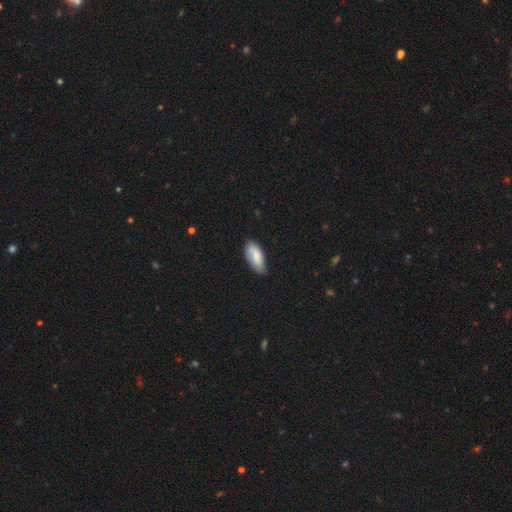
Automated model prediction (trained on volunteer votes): Smooth or featured? Predicted: smooth (p=0.80). How rounded? Predicted: in between (p=0.87). Merging? Predicted: none (p=0.69).